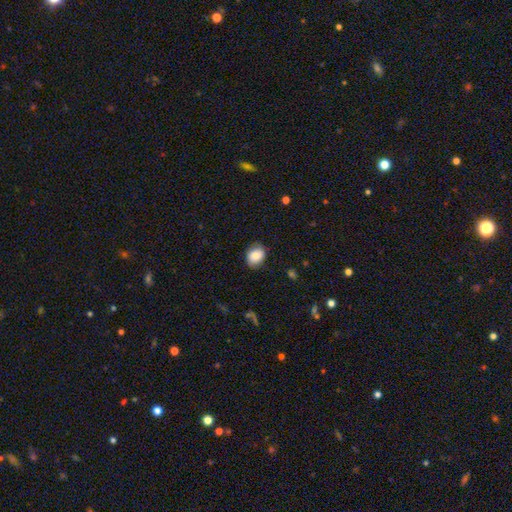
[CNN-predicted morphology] type=smooth (83%); roundness=round (52%); merging=none (80%).